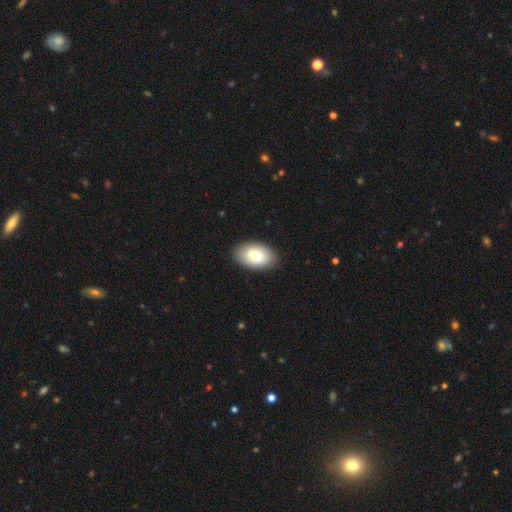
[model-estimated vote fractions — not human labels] The model was most divided on "smooth or featured": smooth: 85%, featured or disk: 9%, star or artifact: 6%. More confident: how rounded — in between (94%); merging — none (87%).